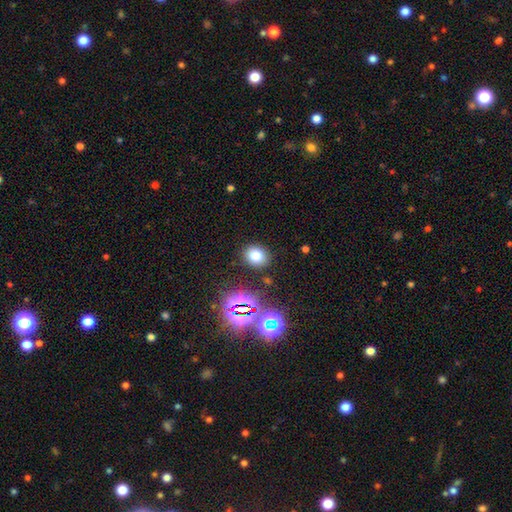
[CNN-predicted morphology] smooth 74%, star or artifact 18%, featured or disk 8%. Down the decision tree: how rounded — round (62%); merging — none (86%).